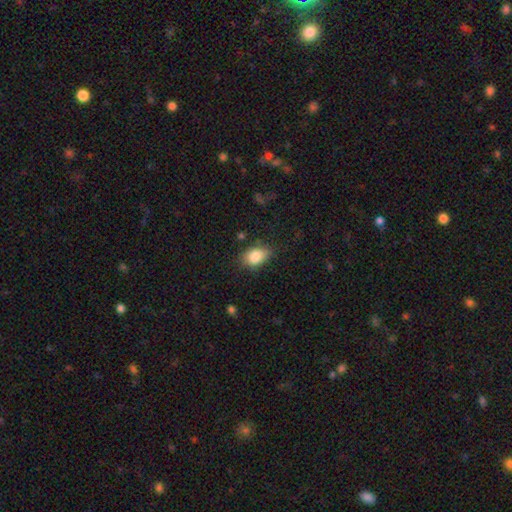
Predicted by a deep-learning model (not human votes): Overall: smooth (85%). How rounded: in between (84%). Merging: none (69%).